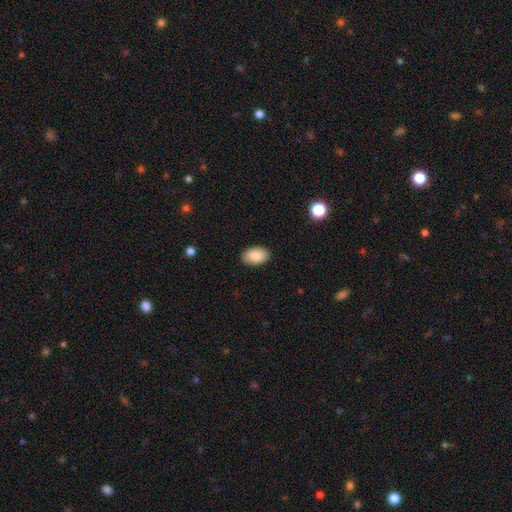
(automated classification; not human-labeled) Overall: smooth (87%). How rounded: in between (91%). Merging: none (89%).